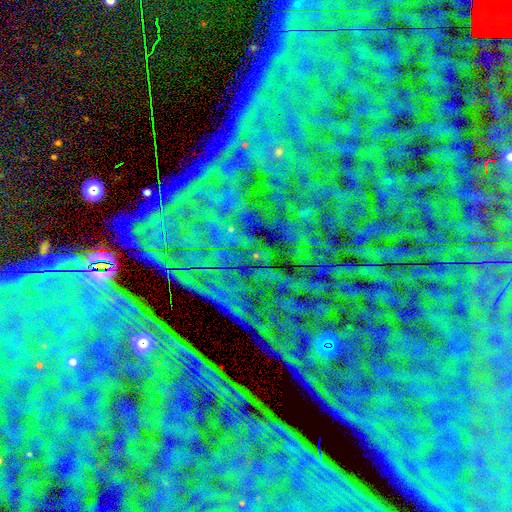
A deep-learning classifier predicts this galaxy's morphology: star or artifact 86%, featured or disk 8%, smooth 7%.